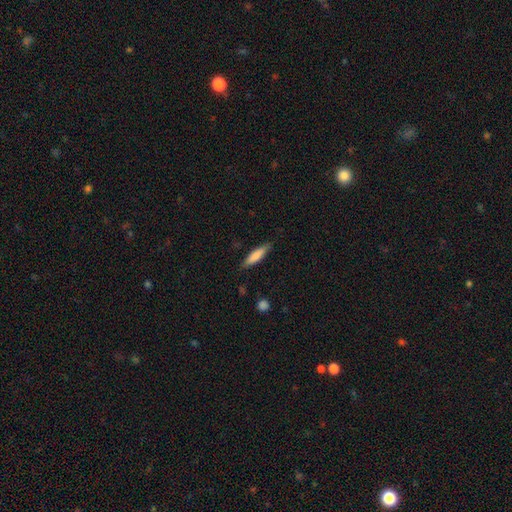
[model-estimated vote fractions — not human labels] Smooth or featured?
  - smooth: 76% *
  - featured or disk: 19%
  - star or artifact: 6%
How rounded?
  - cigar-shaped: 75% *
  - in between: 23%
  - round: 1%
Merging?
  - none: 83% *
  - minor disturbance: 13%
  - major disturbance: 2%
  - merger: 1%